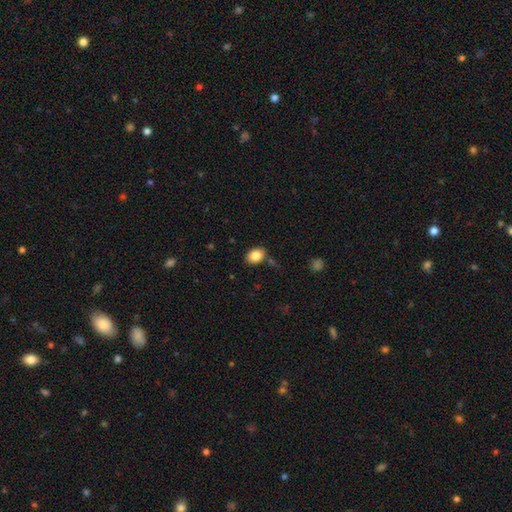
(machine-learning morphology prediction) Smooth or featured: smooth — 85% (star or artifact — 8%)
How rounded: in between — 76% (round — 23%)
Merging: none — 80% (minor disturbance — 12%)